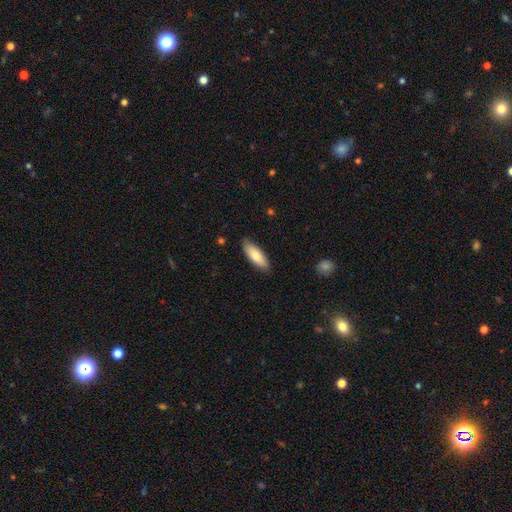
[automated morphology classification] Smooth or featured?
  - smooth: 77% *
  - featured or disk: 17%
  - star or artifact: 6%
How rounded?
  - in between: 64% *
  - cigar-shaped: 34%
  - round: 2%
Merging?
  - none: 85% *
  - minor disturbance: 12%
  - major disturbance: 2%
  - merger: 1%